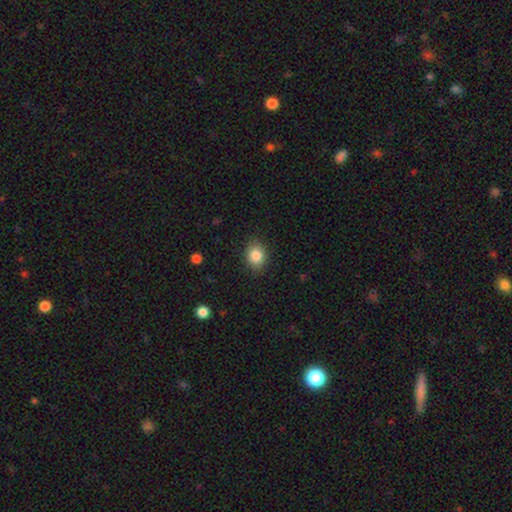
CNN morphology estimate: A smooth galaxy with no disk features (85%) that is in between round and cigar-shaped (52%). Merging: none (87%).